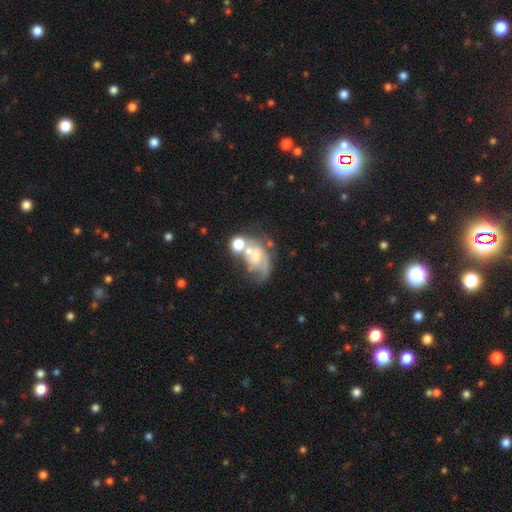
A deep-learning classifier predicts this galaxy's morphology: smooth-or-featured: featured or disk: 65% | smooth: 23% | star or artifact: 13%
  disk-edge-on: no: 97% | yes: 3%
    bar: no: 64% | weak: 28% | strong: 8%
    has-spiral-arms: yes: 75% | no: 25%
    bulge-size: small: 43% | moderate: 30% | none: 18% | large: 6% | dominant: 2%
  merging: merger: 28% | none: 27% | major disturbance: 27% | minor disturbance: 17%